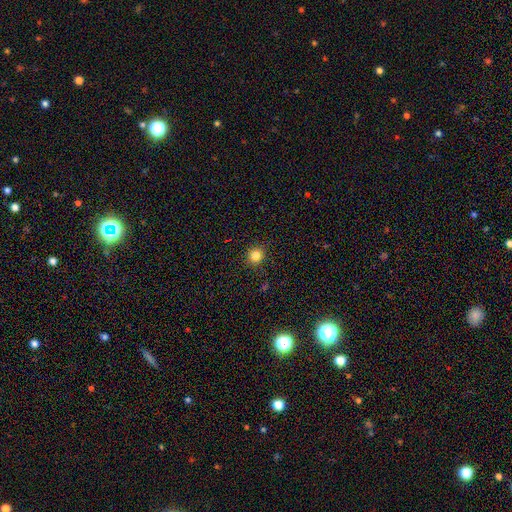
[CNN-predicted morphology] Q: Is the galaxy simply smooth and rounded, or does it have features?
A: smooth — 83%.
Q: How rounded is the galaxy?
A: round — 92%.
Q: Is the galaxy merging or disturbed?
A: none — 90%.